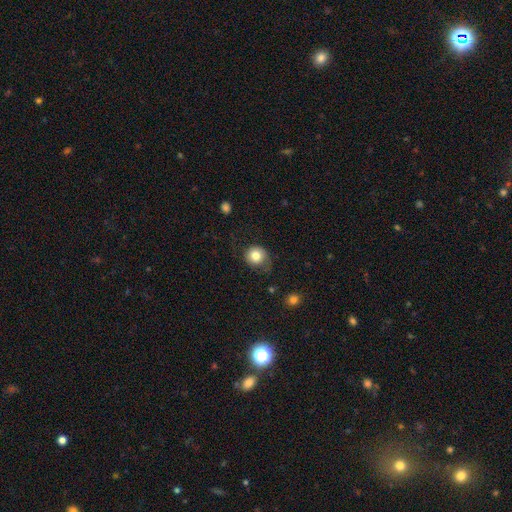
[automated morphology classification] This appears to be a smooth galaxy with no disk features (77%) that is round (86%). Merging: none (59%).